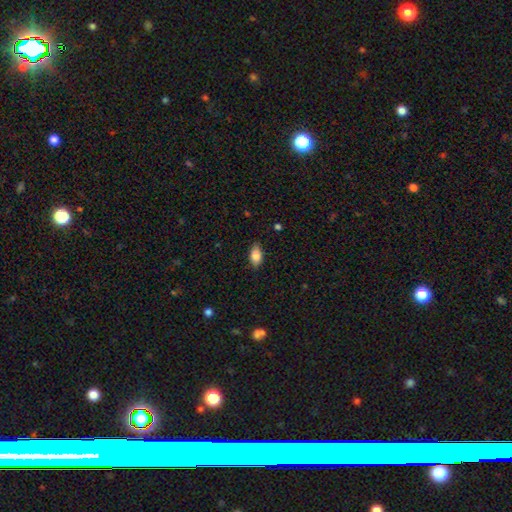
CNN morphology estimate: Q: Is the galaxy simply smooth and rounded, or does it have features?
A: smooth — 83%.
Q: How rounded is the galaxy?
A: in between — 89%.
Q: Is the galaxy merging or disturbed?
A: none — 84%.